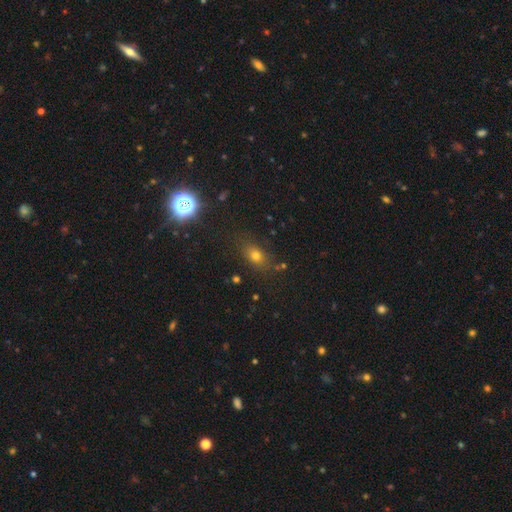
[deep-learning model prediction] Overall: smooth (60%; star or artifact 29%). How rounded: in between (56%; round 38%). Merging: none (79%).